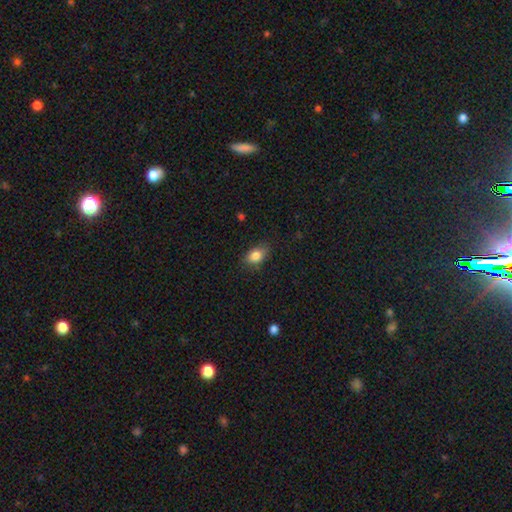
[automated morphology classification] This appears to be a smooth galaxy with no disk features (83%) that is in between round and cigar-shaped (82%). Merging: none (78%).